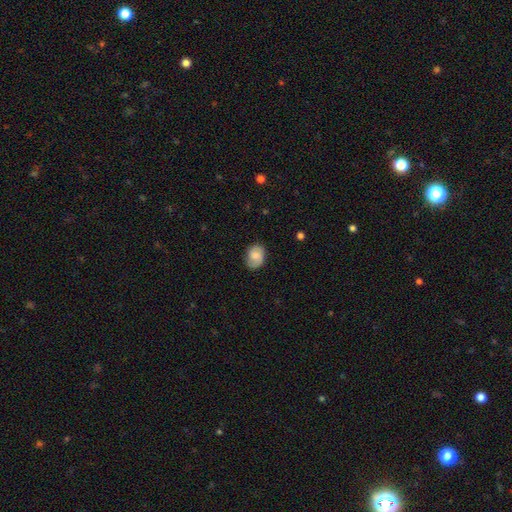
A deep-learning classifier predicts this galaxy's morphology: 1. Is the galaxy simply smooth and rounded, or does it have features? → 62% smooth, 30% featured or disk, 8% star or artifact.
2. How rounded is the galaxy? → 62% in between, 37% round, 1% cigar-shaped.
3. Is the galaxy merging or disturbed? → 75% none, 19% minor disturbance, 5% major disturbance, 1% merger.